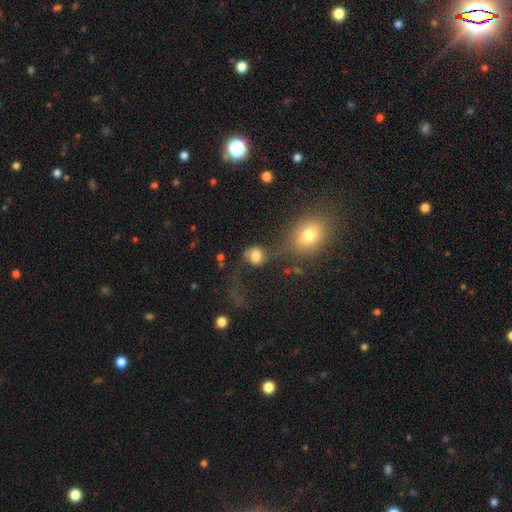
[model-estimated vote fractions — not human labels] smooth_or_featured: smooth (p=0.64) [alt: featured or disk p=0.25]
how_rounded: round (p=0.73) [alt: in between p=0.25]
merging: none (p=0.32) [alt: merger p=0.28]